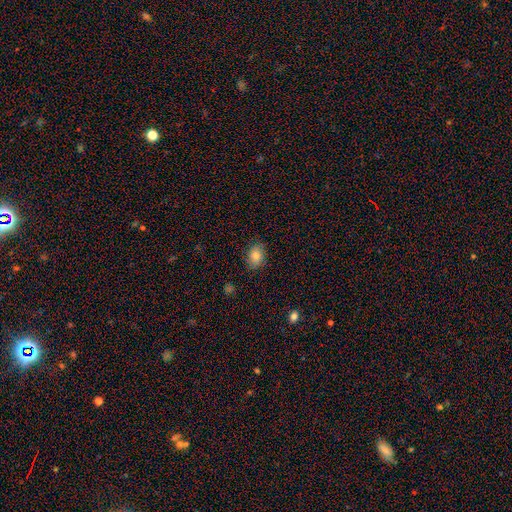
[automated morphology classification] smooth-or-featured: smooth: 81% | featured or disk: 10% | star or artifact: 9%
  how-rounded: in between: 70% | round: 29% | cigar-shaped: 1%
  merging: none: 84% | minor disturbance: 12% | major disturbance: 3% | merger: 1%